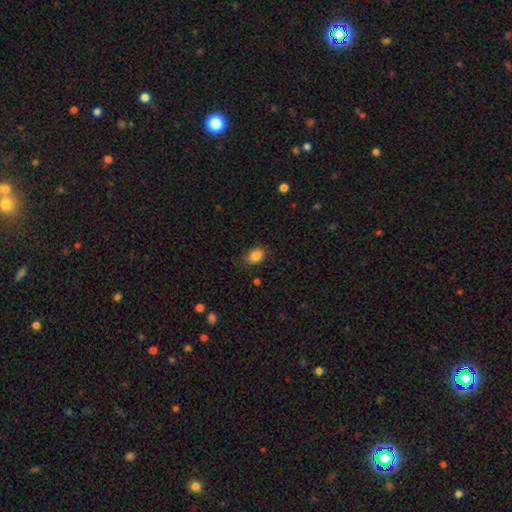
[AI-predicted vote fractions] Q: Smooth or featured?
A: smooth (86%); runner-up: star or artifact (9%)
Q: How rounded?
A: in between (70%); runner-up: round (29%)
Q: Merging?
A: none (81%); runner-up: minor disturbance (14%)